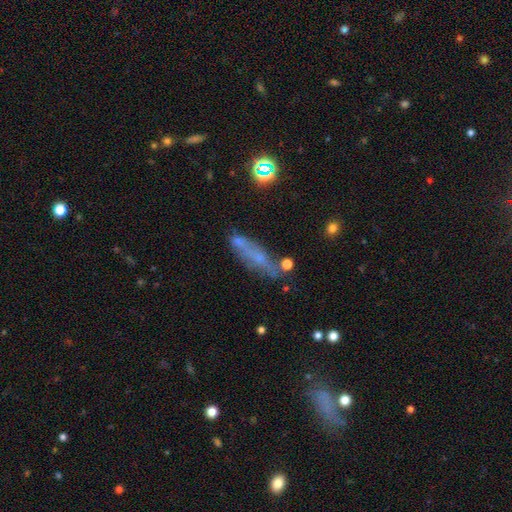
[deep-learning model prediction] Smooth or featured? smooth (43%)
Merging? none (59%)